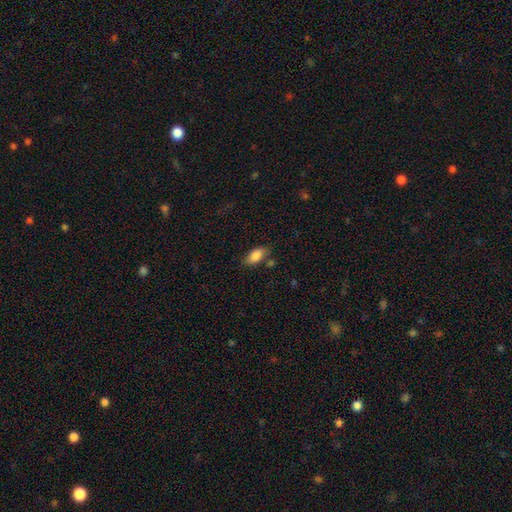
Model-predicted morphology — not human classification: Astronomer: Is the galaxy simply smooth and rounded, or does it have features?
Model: smooth — 84%.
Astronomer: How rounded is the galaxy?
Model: in between — 91%.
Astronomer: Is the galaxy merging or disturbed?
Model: none — 72%.